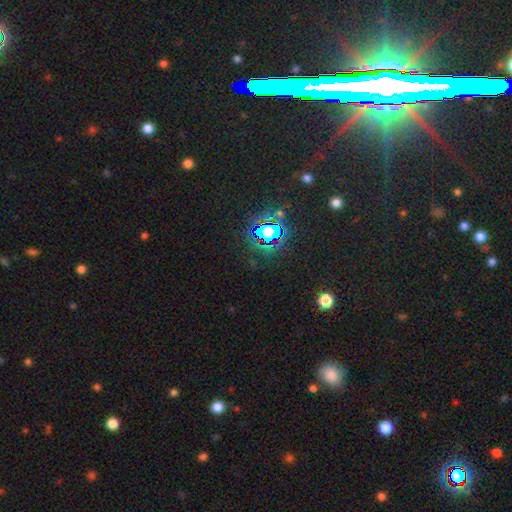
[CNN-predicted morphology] Smooth or featured? Predicted: star or artifact (p=0.80).